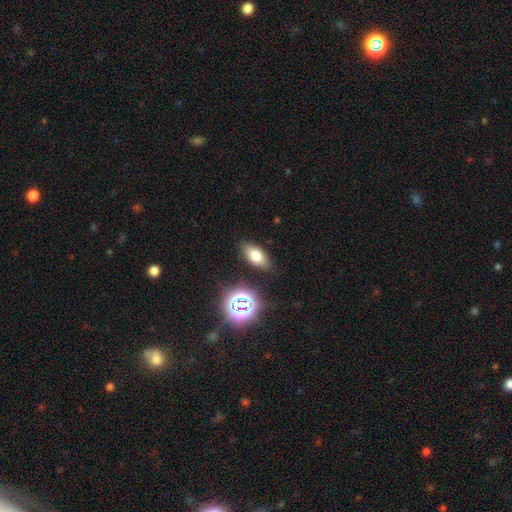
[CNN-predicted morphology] type=smooth (69%); roundness=in between (84%); merging=none (85%).